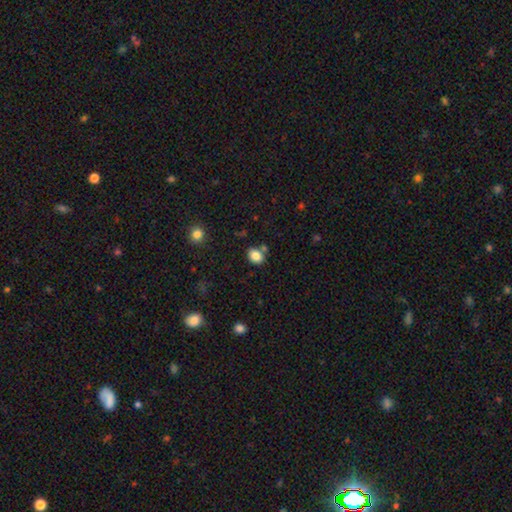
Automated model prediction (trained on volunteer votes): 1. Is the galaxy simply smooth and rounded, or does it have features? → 84% smooth, 10% star or artifact, 6% featured or disk.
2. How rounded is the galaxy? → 56% in between, 43% round, 1% cigar-shaped.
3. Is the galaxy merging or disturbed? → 72% none, 13% merger, 12% minor disturbance, 3% major disturbance.